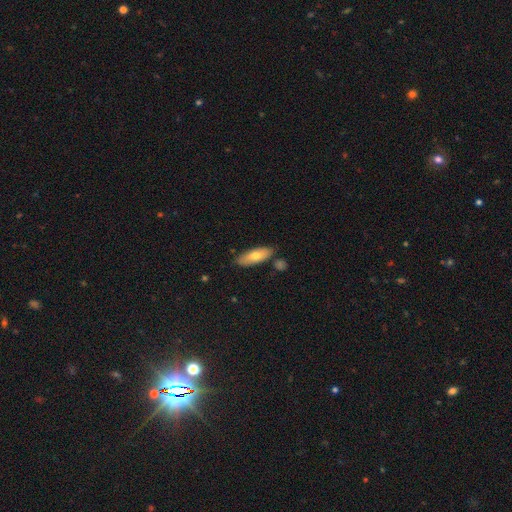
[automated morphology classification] smooth-or-featured: smooth: 70% | featured or disk: 24% | star or artifact: 6%
  how-rounded: in between: 66% | cigar-shaped: 32% | round: 2%
  merging: none: 80% | minor disturbance: 13% | merger: 5% | major disturbance: 2%